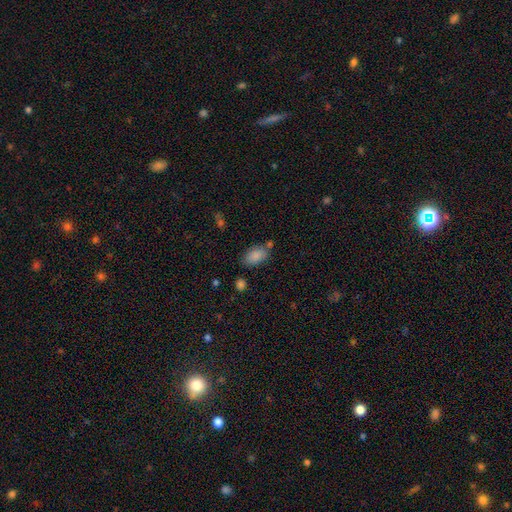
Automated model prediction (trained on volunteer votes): Morphology: type=smooth (87%); roundness=in between (91%); merging=none (65%).